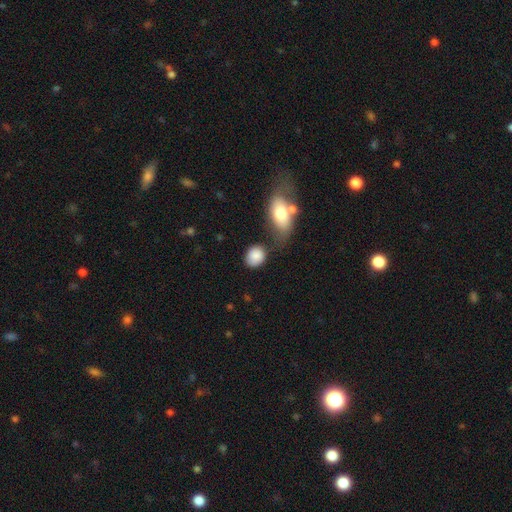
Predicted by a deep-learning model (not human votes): The model was most divided on "how rounded": round: 53%, in between: 45%, cigar-shaped: 2%. More confident: smooth or featured — smooth (86%); merging — none (61%).